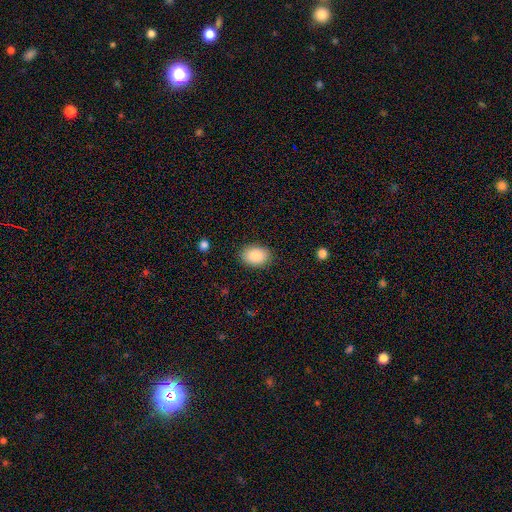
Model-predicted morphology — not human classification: Overall: smooth (89%). How rounded: in between (82%). Merging: none (86%).